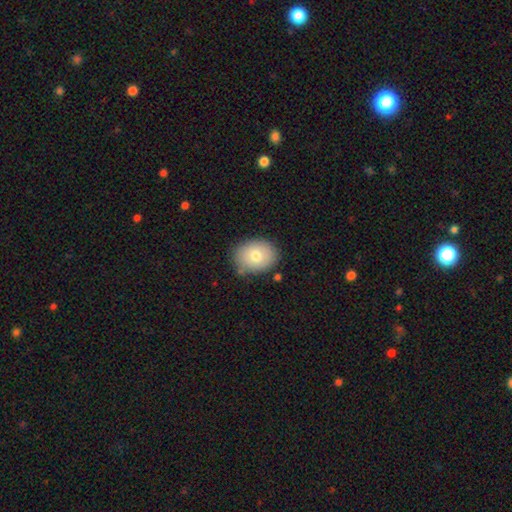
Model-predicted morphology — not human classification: Overall: smooth (75%). How rounded: in between (52%; round 47%). Merging: none (79%).